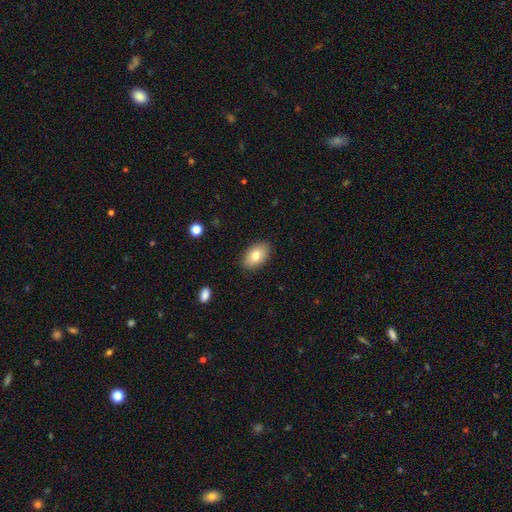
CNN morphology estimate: smooth_or_featured: smooth (p=0.79) [alt: featured or disk p=0.14]
how_rounded: in between (p=0.92) [alt: round p=0.07]
merging: none (p=0.88) [alt: minor disturbance p=0.09]